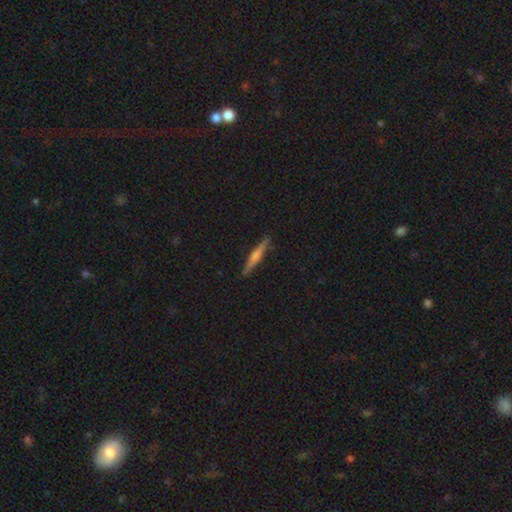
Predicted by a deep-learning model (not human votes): Overall: featured or disk (60%; smooth 34%). Edge-on disk: yes (98%). Edge-on bulge: rounded (73%). Merging: none (91%).